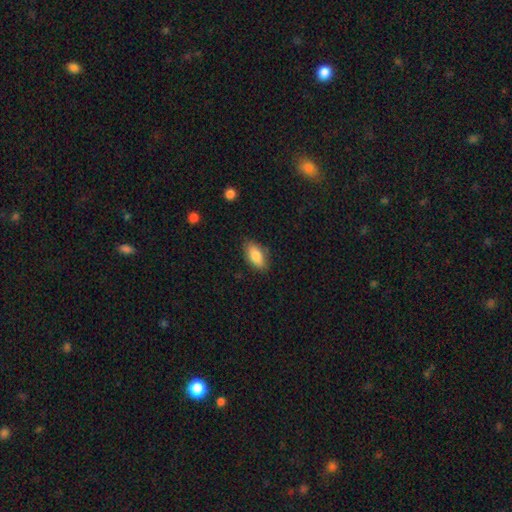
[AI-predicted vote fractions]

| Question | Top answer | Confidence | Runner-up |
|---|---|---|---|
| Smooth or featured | smooth | 84% | featured or disk (9%) |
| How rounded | in between | 90% | cigar-shaped (7%) |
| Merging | none | 84% | minor disturbance (13%) |